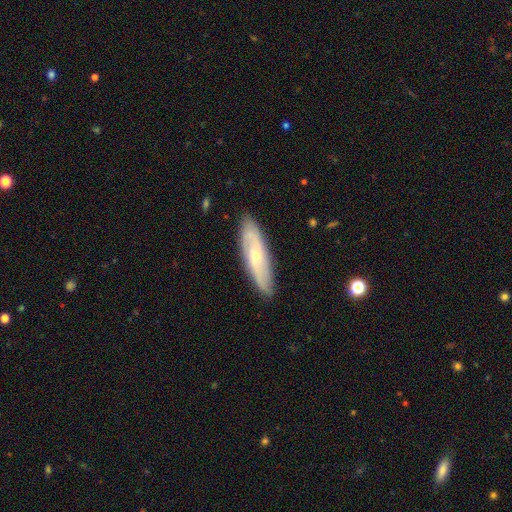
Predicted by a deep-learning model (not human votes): Q: Smooth or featured?
A: featured or disk (63%); runner-up: smooth (31%)
Q: Edge-on disk?
A: no (70%); runner-up: yes (30%)
Q: Merging?
A: none (86%); runner-up: minor disturbance (11%)